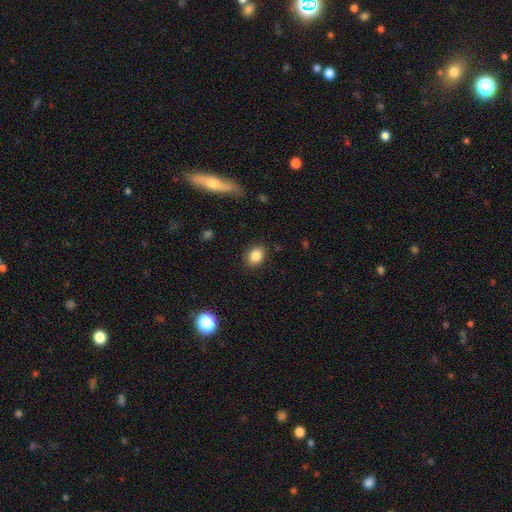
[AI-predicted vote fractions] A smooth galaxy with no disk features (85%) that is in between round and cigar-shaped (62%). Merging: none (86%).